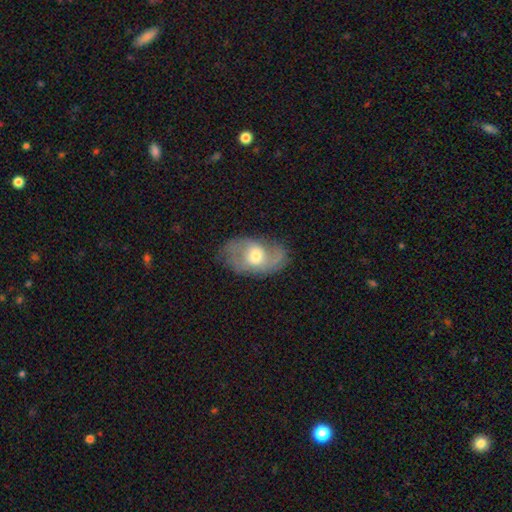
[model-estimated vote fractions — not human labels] Smooth or featured?
  - featured or disk: 66% *
  - smooth: 27%
  - star or artifact: 7%
Edge-on disk?
  - no: 95% *
  - yes: 5%
Bar?
  - no: 56% *
  - weak: 37%
  - strong: 7%
Spiral arms?
  - yes: 82% *
  - no: 18%
Spiral winding?
  - medium: 44% *
  - loose: 33%
  - tight: 22%
Spiral arm count?
  - 2: 70% *
  - can't tell: 15%
  - 1: 9%
  - 3: 3%
  - 4: 1%
  - more than 4: 1%
Bulge size?
  - moderate: 62% *
  - small: 24%
  - large: 12%
  - none: 1%
  - dominant: 1%
Merging?
  - none: 67% *
  - minor disturbance: 21%
  - major disturbance: 11%
  - merger: 2%